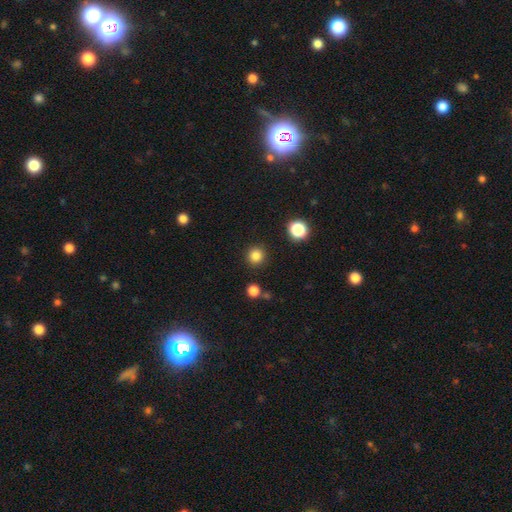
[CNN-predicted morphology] This appears to be a smooth galaxy with no disk features (83%) that is round (94%). Merging: none (91%).